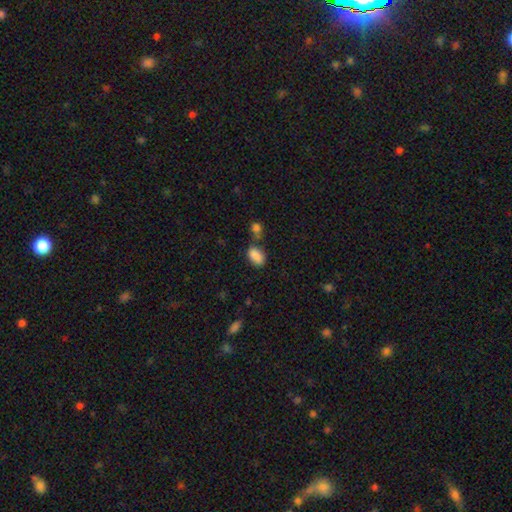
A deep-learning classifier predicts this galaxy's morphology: Q: Smooth or featured?
A: smooth (87%); runner-up: star or artifact (9%)
Q: How rounded?
A: in between (91%); runner-up: round (8%)
Q: Merging?
A: none (62%); runner-up: minor disturbance (17%)